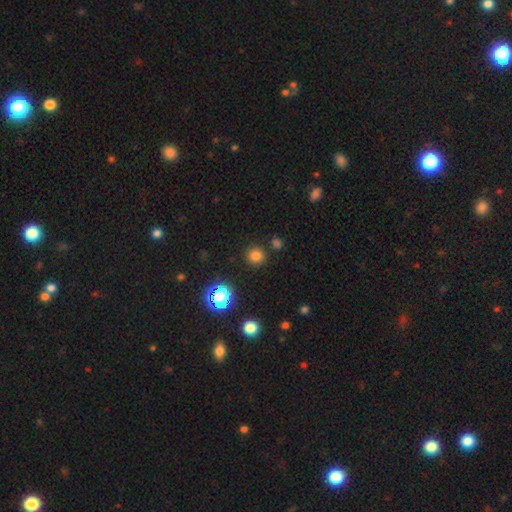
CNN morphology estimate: The model was most divided on "smooth or featured": smooth: 78%, star or artifact: 18%, featured or disk: 5%. More confident: how rounded — round (89%); merging — none (86%).